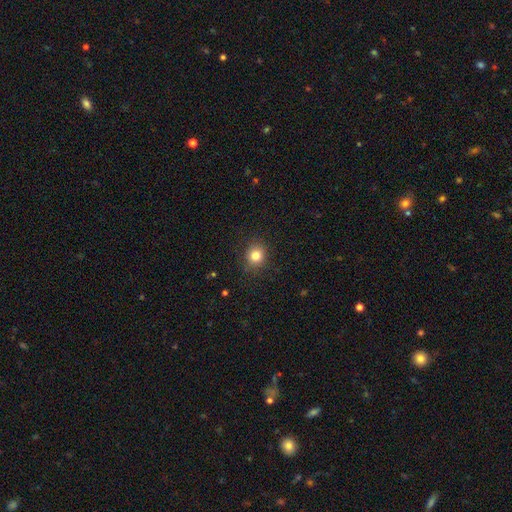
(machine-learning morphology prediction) smooth 82%, star or artifact 12%, featured or disk 6%. Down the decision tree: how rounded — round (83%); merging — none (88%).